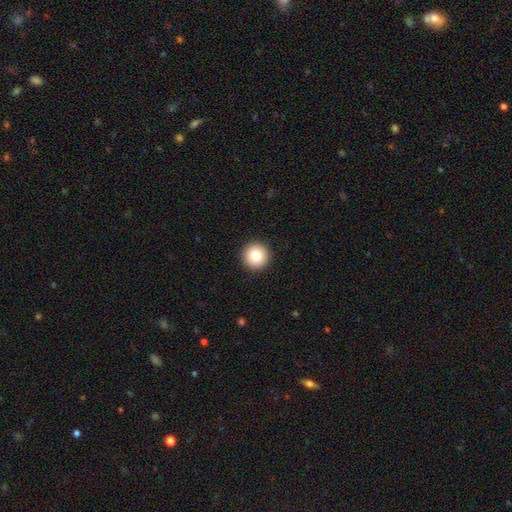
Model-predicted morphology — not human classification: Overall: smooth (82%). How rounded: round (97%). Merging: none (94%).